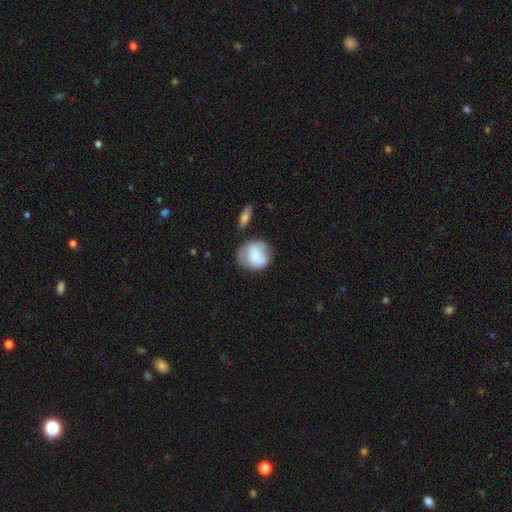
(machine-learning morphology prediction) A smooth galaxy with no disk features (58%) that is round (69%). Merging: none (53%).